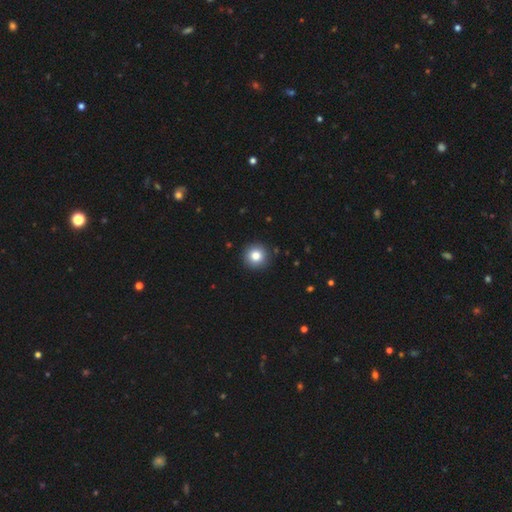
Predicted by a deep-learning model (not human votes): Morphology: type=smooth (82%); roundness=round (95%); merging=none (92%).